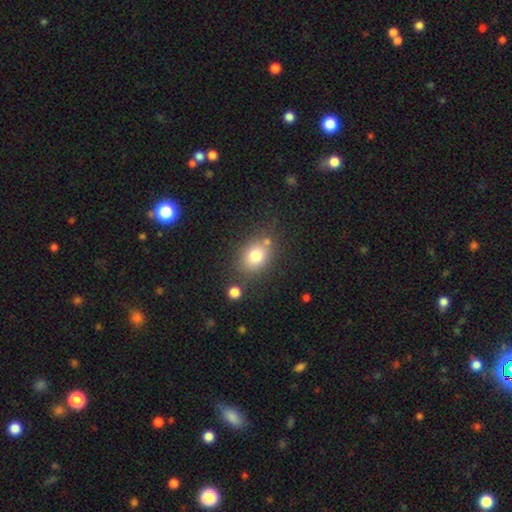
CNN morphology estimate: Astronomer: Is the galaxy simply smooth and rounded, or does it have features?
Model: smooth — 78%.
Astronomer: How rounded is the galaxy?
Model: in between — 53% (runner-up: round, 45%).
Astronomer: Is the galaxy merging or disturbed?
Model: none — 68%.